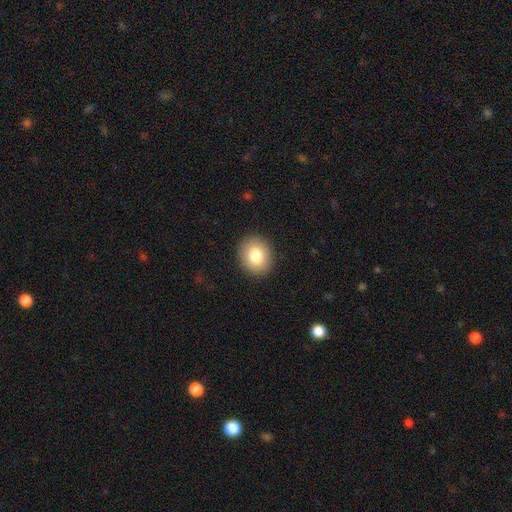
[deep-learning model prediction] Overall: smooth (81%). How rounded: round (61%; in between 38%). Merging: none (90%).